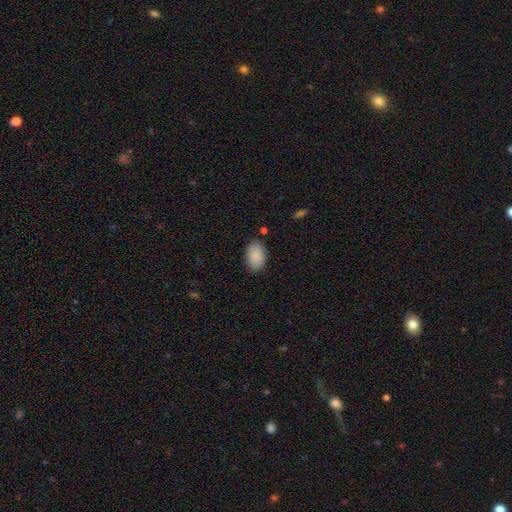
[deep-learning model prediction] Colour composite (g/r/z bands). It shows a smooth galaxy with no disk features (88%) that is in between round and cigar-shaped (91%). Merging: none (86%).